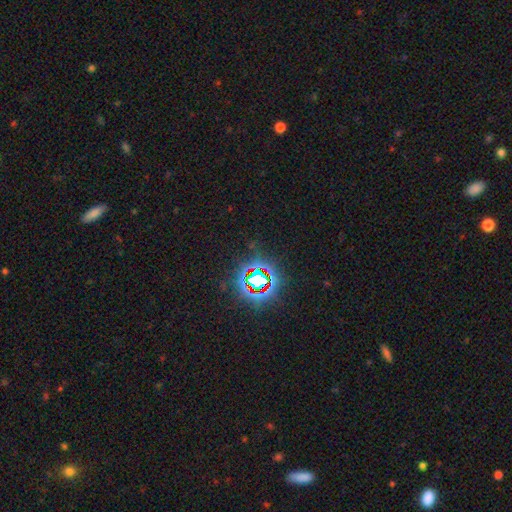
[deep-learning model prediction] smooth_or_featured: star or artifact (p=0.80) [alt: smooth p=0.12]